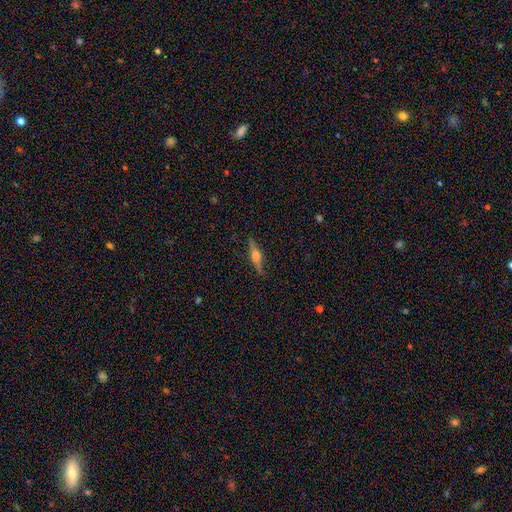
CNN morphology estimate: Q: Smooth or featured?
A: featured or disk (68%); runner-up: smooth (24%)
Q: Edge-on disk?
A: yes (97%); runner-up: no (3%)
Q: Edge-on bulge?
A: rounded (87%); runner-up: boxy (10%)
Q: Merging?
A: none (88%); runner-up: minor disturbance (9%)